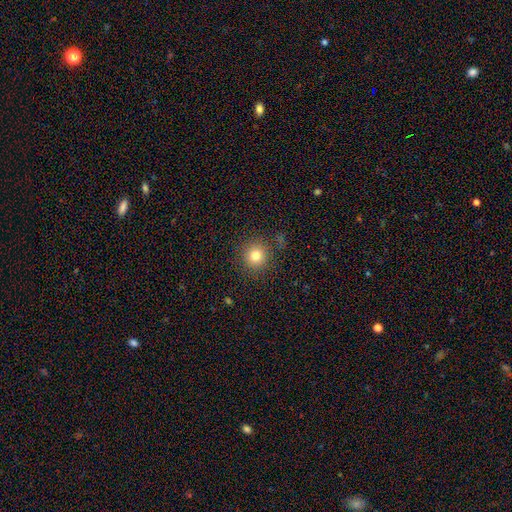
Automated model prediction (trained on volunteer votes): Smooth or featured: smooth — 80% (star or artifact — 13%)
How rounded: round — 93% (in between — 6%)
Merging: none — 87% (minor disturbance — 8%)